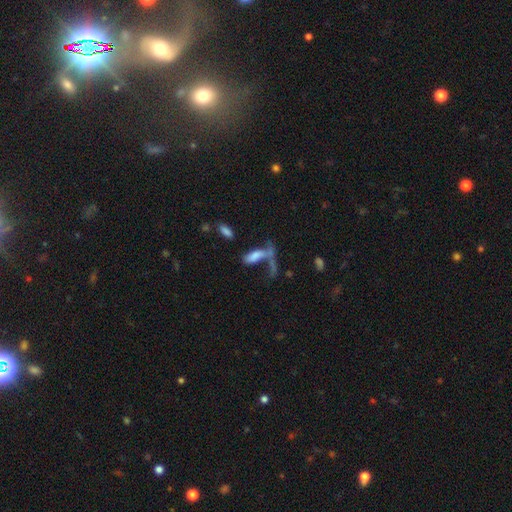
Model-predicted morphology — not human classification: Smooth or featured: smooth — 66% (featured or disk — 22%)
How rounded: in between — 64% (cigar-shaped — 33%)
Merging: merger — 36% (major disturbance — 28%)